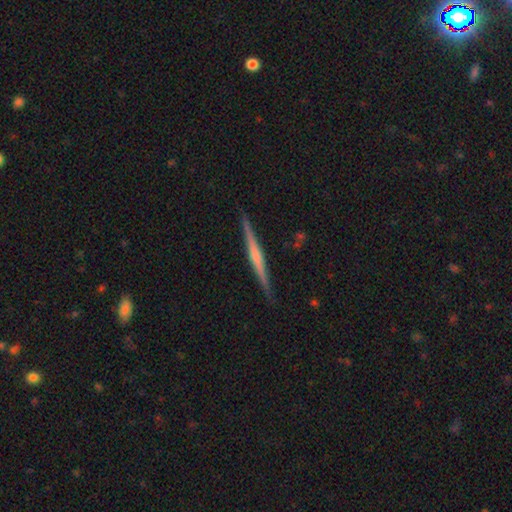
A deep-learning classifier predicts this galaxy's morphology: A featured or disk galaxy (74%) viewed edge-on (98%) with a rounded central bulge (63%).

Vote fractions:
- Smooth or featured? featured or disk: 74% / smooth: 20% / star or artifact: 7%
- Edge-on disk? yes: 98% / no: 2%
- Edge-on bulge? rounded: 63% / none: 27% / boxy: 10%
- Merging? none: 91% / minor disturbance: 7% / major disturbance: 1% / merger: 1%